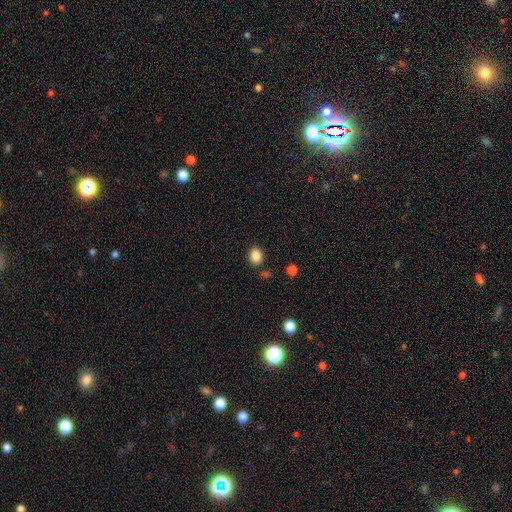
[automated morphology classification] Smooth or featured: smooth — 87% (star or artifact — 10%)
How rounded: in between — 59% (round — 40%)
Merging: none — 83% (minor disturbance — 10%)